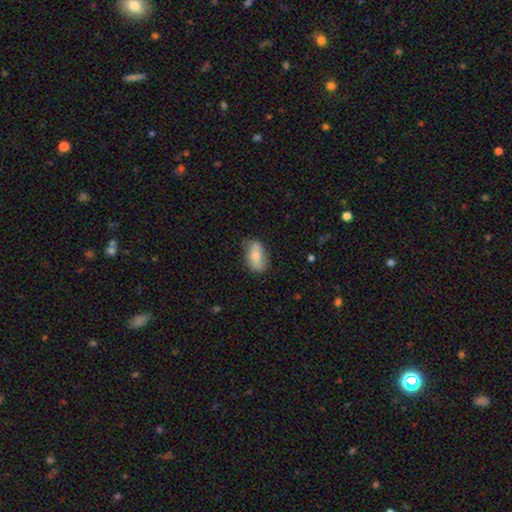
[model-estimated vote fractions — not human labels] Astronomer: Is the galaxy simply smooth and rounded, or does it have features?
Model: smooth — 67%.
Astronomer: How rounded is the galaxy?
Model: in between — 90%.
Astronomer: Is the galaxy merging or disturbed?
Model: none — 70%.